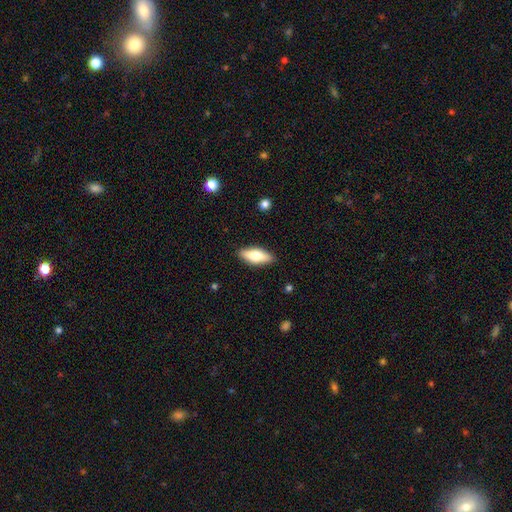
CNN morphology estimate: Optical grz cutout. It shows a smooth galaxy with no disk features (66%) that is in between round and cigar-shaped (70%). Merging: none (88%).